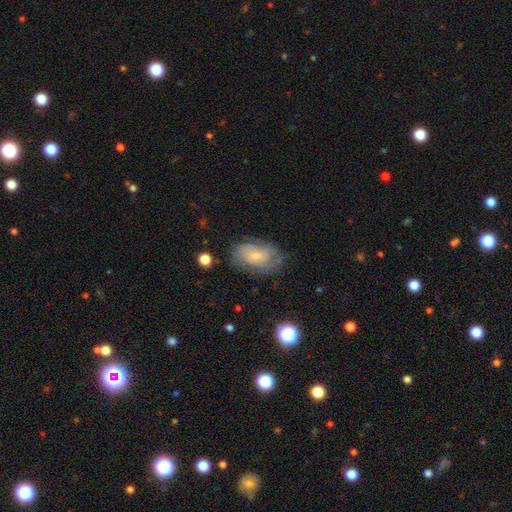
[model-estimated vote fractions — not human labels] Q: Smooth or featured?
A: featured or disk (53%); runner-up: smooth (39%)
Q: Edge-on disk?
A: no (95%); runner-up: yes (5%)
Q: Bar?
A: no (74%); runner-up: weak (22%)
Q: Spiral arms?
A: yes (76%); runner-up: no (24%)
Q: Bulge size?
A: small (72%); runner-up: moderate (22%)
Q: Merging?
A: none (65%); runner-up: minor disturbance (23%)